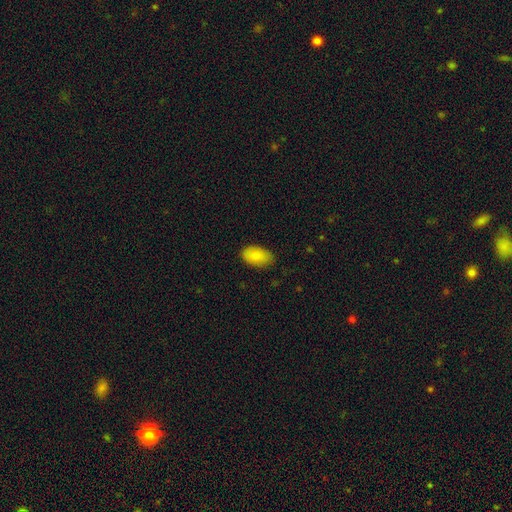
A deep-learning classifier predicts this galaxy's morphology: smooth 82%, featured or disk 10%, star or artifact 7%. Down the decision tree: how rounded — in between (92%); merging — none (82%).